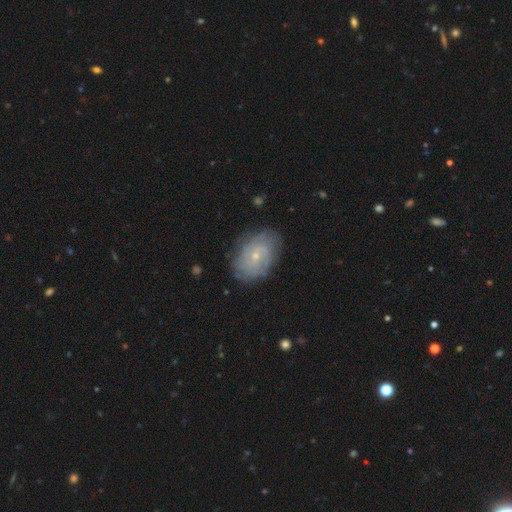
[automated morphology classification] type=featured or disk (63%); edge-on=no (96%); bar=no (76%); spiral arms=yes (80%); bulge=small (74%); merging=none (77%).